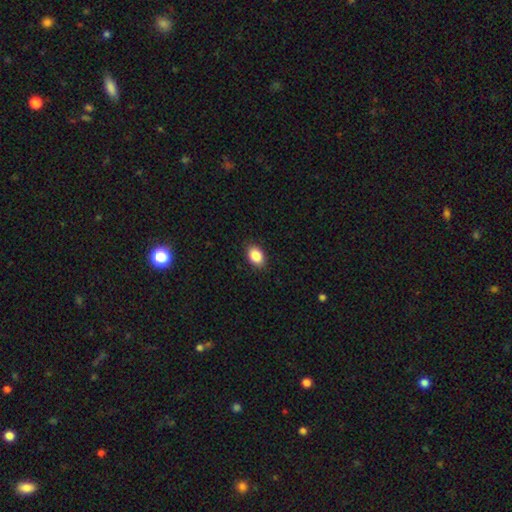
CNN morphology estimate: smooth 87%, star or artifact 8%, featured or disk 4%. Down the decision tree: how rounded — in between (84%); merging — none (89%).